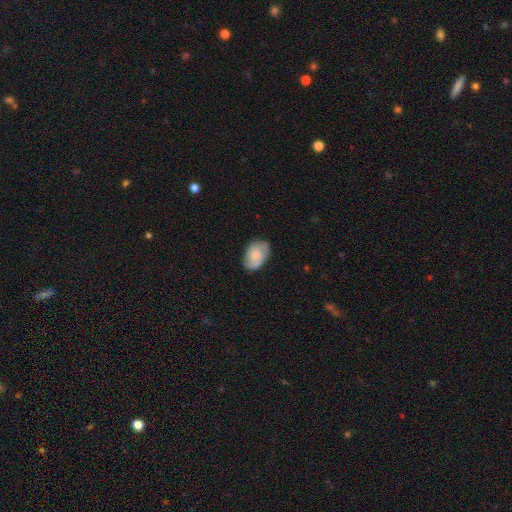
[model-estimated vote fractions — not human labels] Smooth or featured: smooth — 70% (featured or disk — 24%)
How rounded: in between — 86% (round — 13%)
Merging: none — 75% (minor disturbance — 20%)